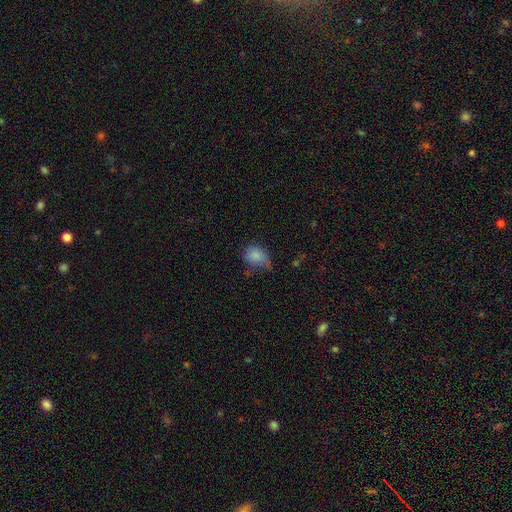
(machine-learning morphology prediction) Q: Smooth or featured?
A: smooth (80%); runner-up: featured or disk (10%)
Q: How rounded?
A: in between (64%); runner-up: round (34%)
Q: Merging?
A: minor disturbance (39%); runner-up: none (37%)